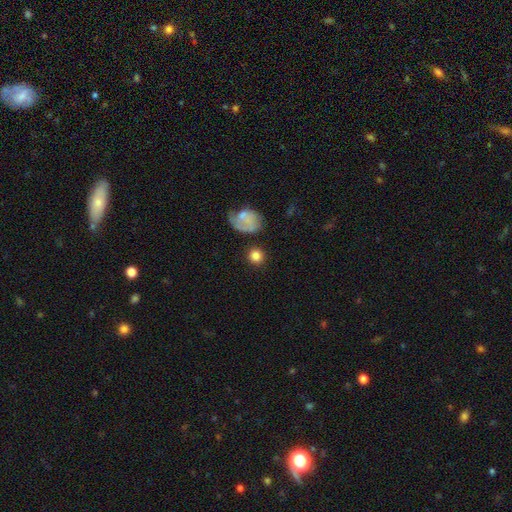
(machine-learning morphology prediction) The model was most divided on "merging": none: 79%, minor disturbance: 10%, merger: 6%, major disturbance: 5%. More confident: how rounded — round (89%); smooth or featured — smooth (82%).